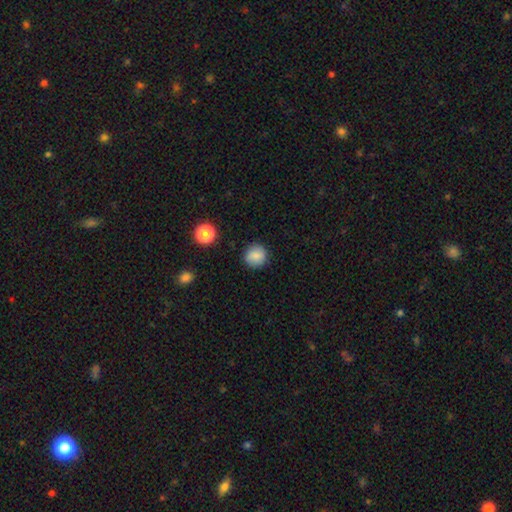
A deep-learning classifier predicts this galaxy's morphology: Q: Smooth or featured?
A: smooth (85%); runner-up: star or artifact (9%)
Q: How rounded?
A: round (91%); runner-up: in between (8%)
Q: Merging?
A: none (89%); runner-up: minor disturbance (8%)